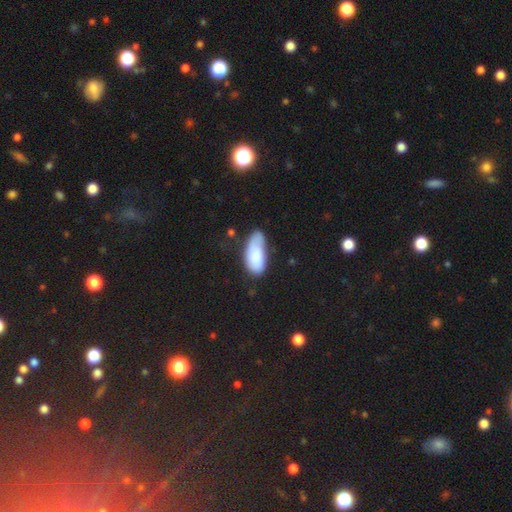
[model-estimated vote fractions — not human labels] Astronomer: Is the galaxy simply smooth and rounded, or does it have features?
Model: smooth — 80%.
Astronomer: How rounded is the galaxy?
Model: in between — 89%.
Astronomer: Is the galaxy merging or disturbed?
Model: none — 42% (runner-up: minor disturbance, 36%).